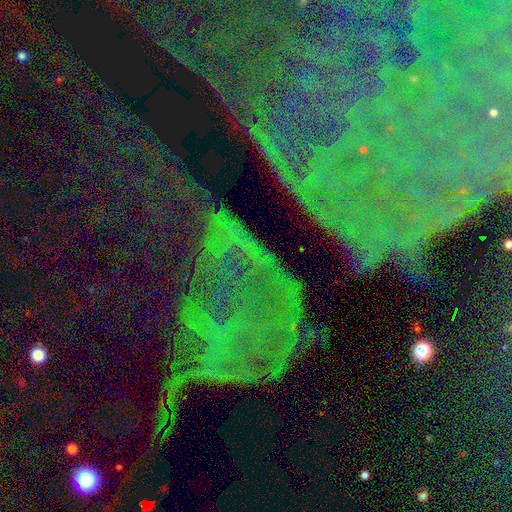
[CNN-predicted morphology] Smooth or featured?
  - star or artifact: 74% *
  - featured or disk: 15%
  - smooth: 10%